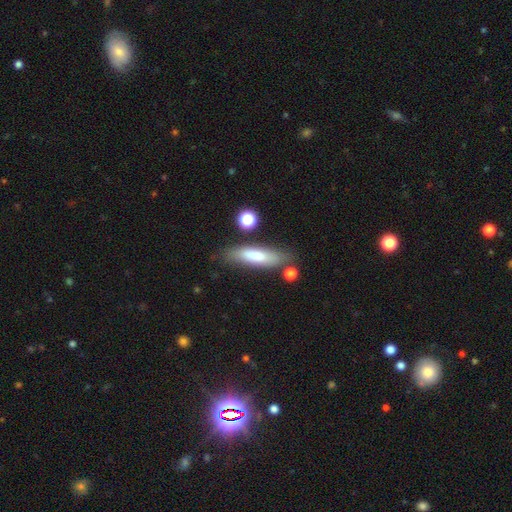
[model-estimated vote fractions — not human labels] The model was most divided on "how rounded": cigar-shaped: 67%, in between: 31%, round: 2%. More confident: merging — none (75%); smooth or featured — smooth (71%).